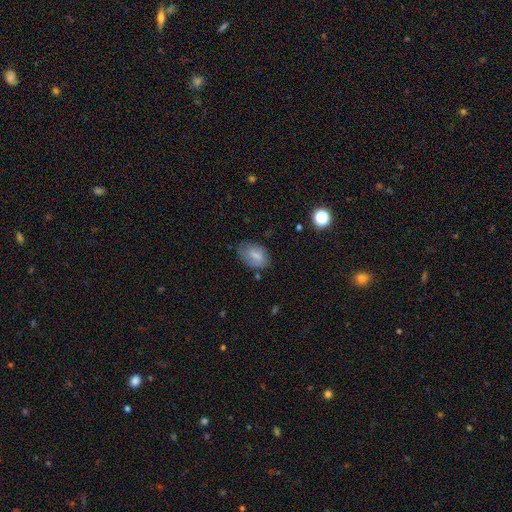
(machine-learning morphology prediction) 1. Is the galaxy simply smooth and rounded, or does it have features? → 73% smooth, 19% featured or disk, 9% star or artifact.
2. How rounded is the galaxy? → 84% in between, 15% round, 1% cigar-shaped.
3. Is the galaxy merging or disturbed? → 60% none, 29% minor disturbance, 9% major disturbance, 2% merger.